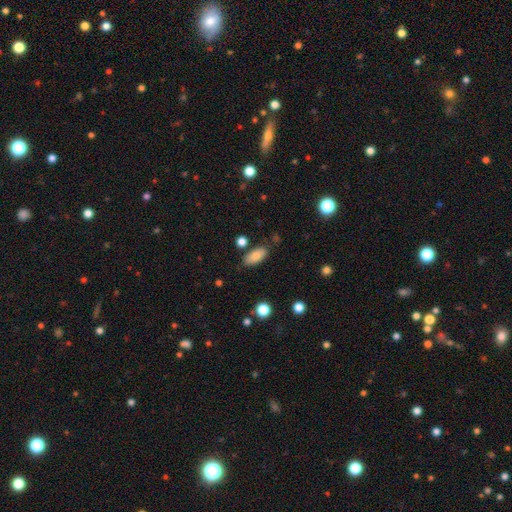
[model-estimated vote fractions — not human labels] A smooth galaxy with no disk features (81%) that is in between round and cigar-shaped (89%). Merging: none (81%).